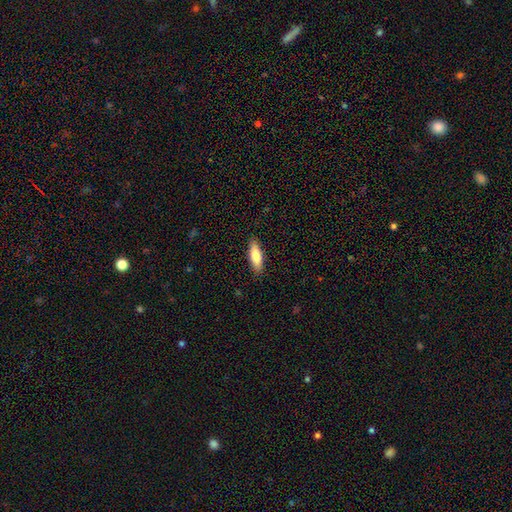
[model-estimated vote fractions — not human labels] Q: Smooth or featured?
A: smooth (76%); runner-up: featured or disk (18%)
Q: How rounded?
A: in between (53%); runner-up: cigar-shaped (45%)
Q: Merging?
A: none (88%); runner-up: minor disturbance (9%)